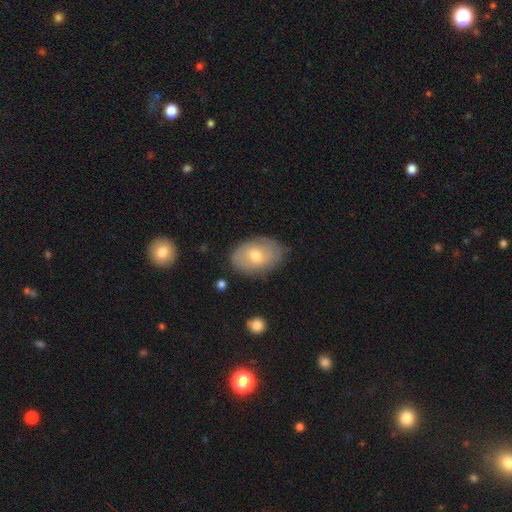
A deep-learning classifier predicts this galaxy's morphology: Smooth or featured?
  - smooth: 55% *
  - featured or disk: 38%
  - star or artifact: 7%
How rounded?
  - in between: 84% *
  - round: 15%
  - cigar-shaped: 1%
Merging?
  - none: 76% *
  - minor disturbance: 18%
  - major disturbance: 4%
  - merger: 2%